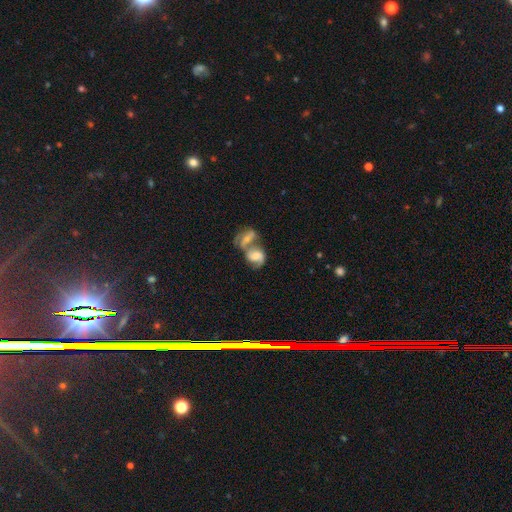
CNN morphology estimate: A featured or disk galaxy (70%) with no bar (50%), 2 (80%) medium (46%) spiral arms (90%) and a moderate central bulge (37%).

Vote fractions:
- Smooth or featured? featured or disk: 70% / smooth: 22% / star or artifact: 8%
- Edge-on disk? no: 97% / yes: 3%
- Bar? no: 50% / weak: 37% / strong: 13%
- Spiral arms? yes: 90% / no: 10%
- Spiral winding? medium: 46% / loose: 37% / tight: 17%
- Spiral arm count? 2: 80% / 1: 8% / can't tell: 7% / 3: 2% / 4: 1% / more than 4: 1%
- Bulge size? moderate: 37% / small: 29% / none: 16% / large: 15% / dominant: 3%
- Merging? merger: 73% / none: 14% / major disturbance: 6% / minor disturbance: 6%